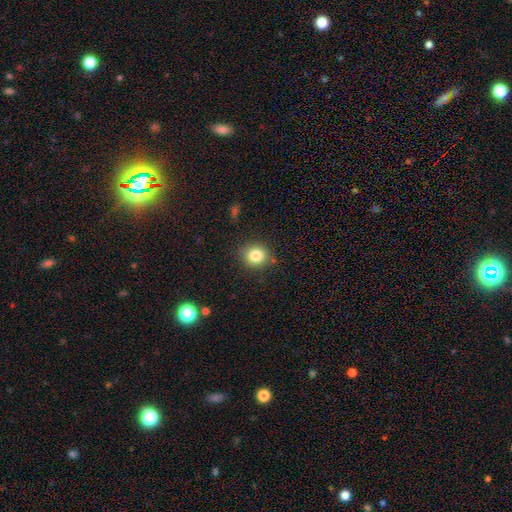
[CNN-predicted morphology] Overall: smooth (83%). How rounded: round (81%). Merging: none (86%).